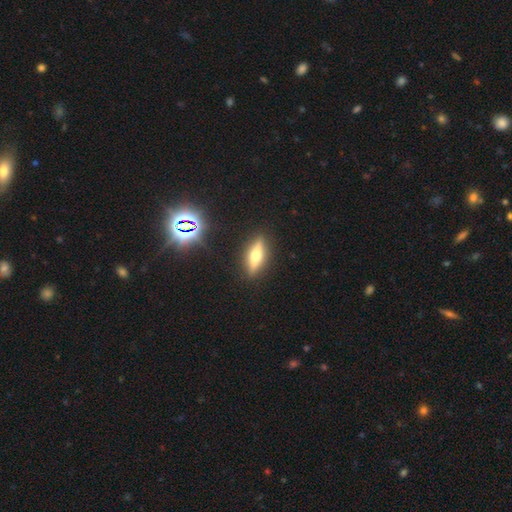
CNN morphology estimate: Smooth or featured: featured or disk — 55% (smooth — 35%)
Edge-on disk: yes — 92% (no — 8%)
Edge-on bulge: rounded — 91% (boxy — 6%)
Merging: none — 89% (minor disturbance — 8%)